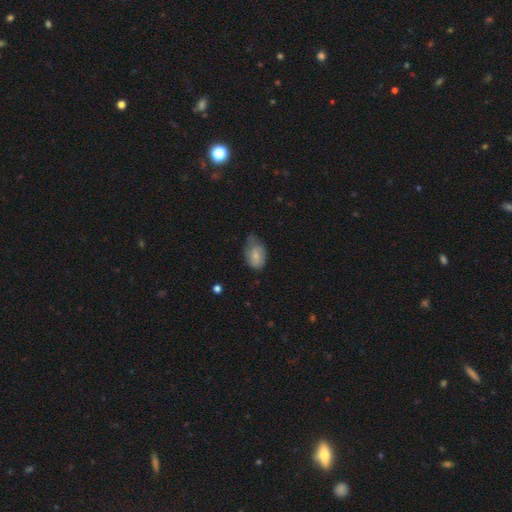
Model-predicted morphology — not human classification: A smooth galaxy with no disk features (74%) that is in between round and cigar-shaped (85%).

Vote fractions:
- Smooth or featured? smooth: 74% / featured or disk: 18% / star or artifact: 7%
- How rounded? in between: 85% / round: 13% / cigar-shaped: 2%
- Merging? minor disturbance: 44% / none: 39% / major disturbance: 15% / merger: 2%